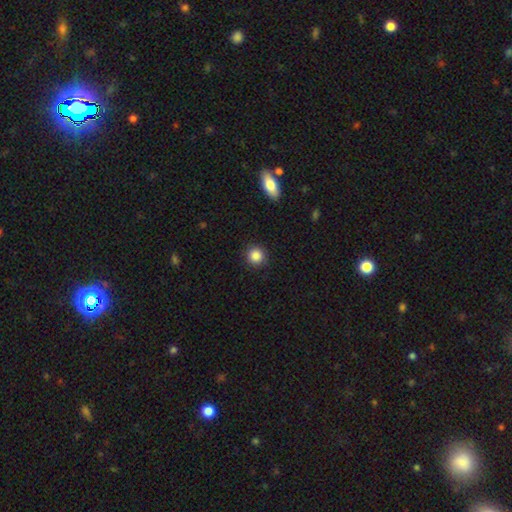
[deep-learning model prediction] Overall: smooth (88%). How rounded: round (92%). Merging: none (90%).